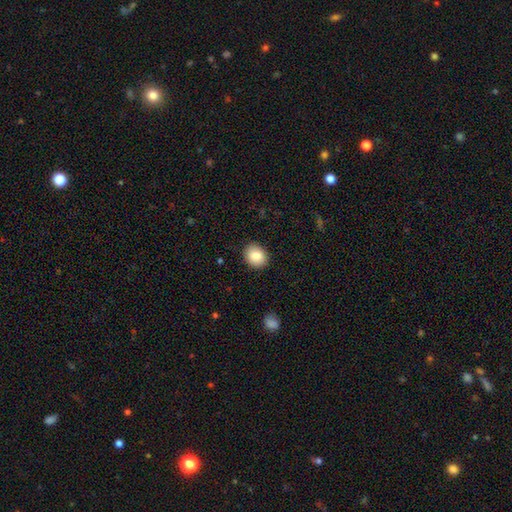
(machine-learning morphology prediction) Smooth or featured?
  - smooth: 85% *
  - star or artifact: 8%
  - featured or disk: 7%
How rounded?
  - round: 59% *
  - in between: 40%
  - cigar-shaped: 1%
Merging?
  - none: 90% *
  - minor disturbance: 7%
  - major disturbance: 2%
  - merger: 1%